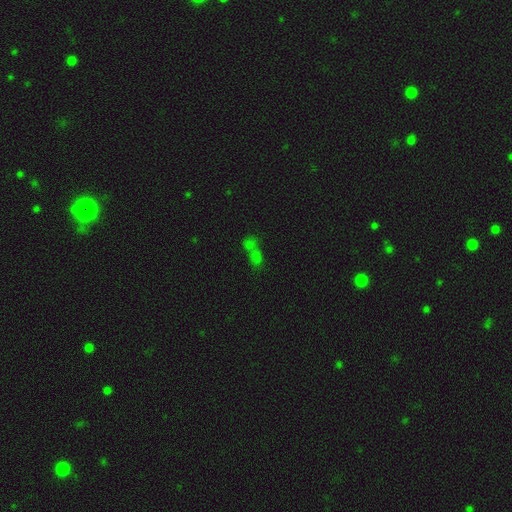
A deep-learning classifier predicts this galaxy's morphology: This is possibly a smooth galaxy (54%). How rounded: likely in between (69%). Merging: possibly merger (47%).